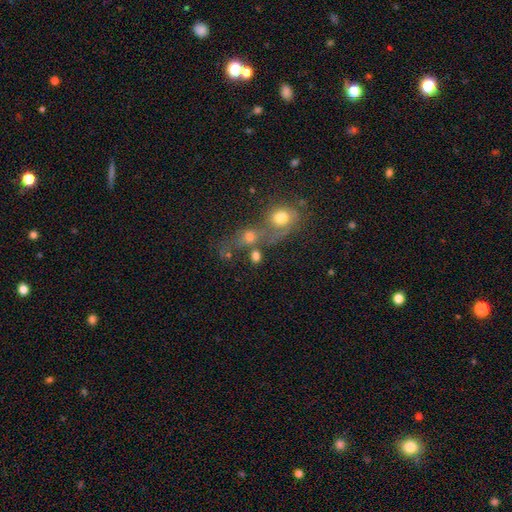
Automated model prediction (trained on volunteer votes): Smooth or featured?
  - smooth: 69% *
  - featured or disk: 17%
  - star or artifact: 14%
How rounded?
  - round: 55% *
  - in between: 42%
  - cigar-shaped: 3%
Merging?
  - merger: 50% *
  - none: 33%
  - minor disturbance: 9%
  - major disturbance: 8%